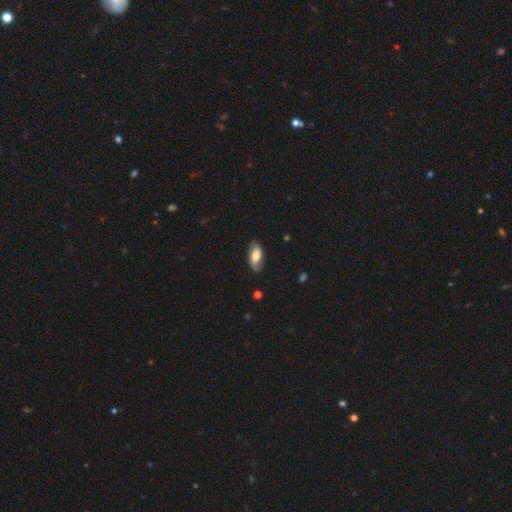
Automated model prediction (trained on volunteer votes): The model was most divided on "smooth or featured": featured or disk: 50%, smooth: 44%, star or artifact: 6%. More confident: merging — none (73%).